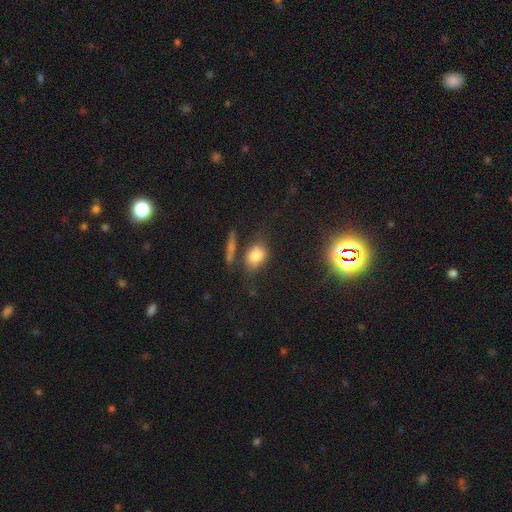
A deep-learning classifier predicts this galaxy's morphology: A smooth galaxy with no disk features (74%) that is in between round and cigar-shaped (68%).

Vote fractions:
- Smooth or featured? smooth: 74% / featured or disk: 14% / star or artifact: 12%
- How rounded? in between: 68% / round: 28% / cigar-shaped: 4%
- Merging? none: 54% / minor disturbance: 22% / merger: 13% / major disturbance: 11%